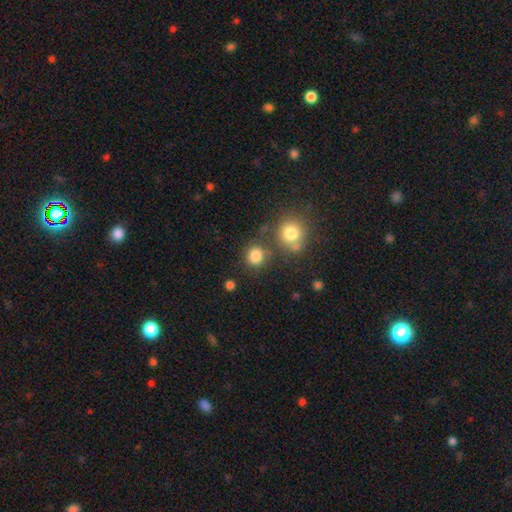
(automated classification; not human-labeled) A smooth galaxy with no disk features (82%) that is round (86%).

Vote fractions:
- Smooth or featured? smooth: 82% / star or artifact: 13% / featured or disk: 5%
- How rounded? round: 86% / in between: 13% / cigar-shaped: 1%
- Merging? none: 72% / merger: 14% / minor disturbance: 10% / major disturbance: 4%